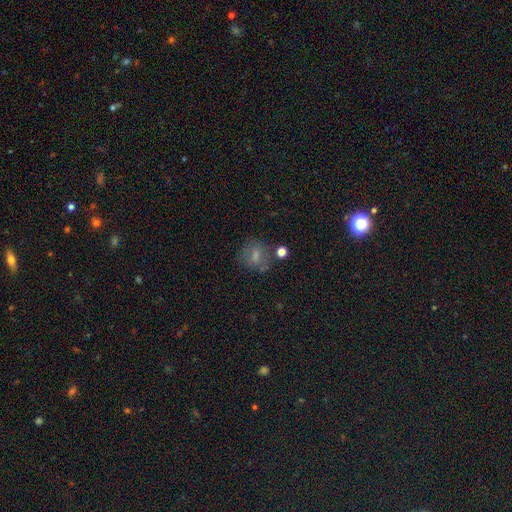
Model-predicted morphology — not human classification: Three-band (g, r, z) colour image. It shows a smooth galaxy with no disk features (66%) that is round (67%). Merging: none (64%).